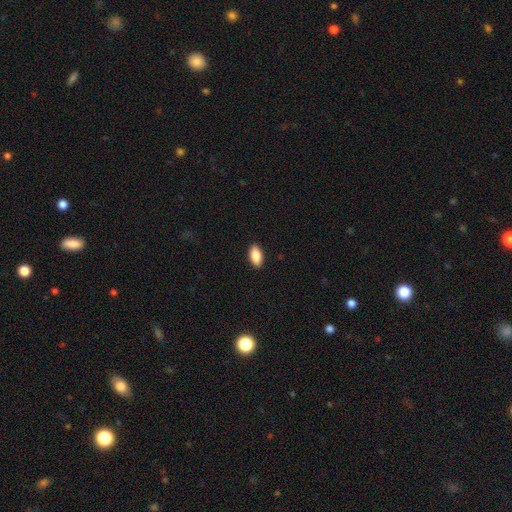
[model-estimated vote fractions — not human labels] Q: Smooth or featured?
A: smooth (87%); runner-up: star or artifact (7%)
Q: How rounded?
A: in between (92%); runner-up: cigar-shaped (4%)
Q: Merging?
A: none (90%); runner-up: minor disturbance (7%)